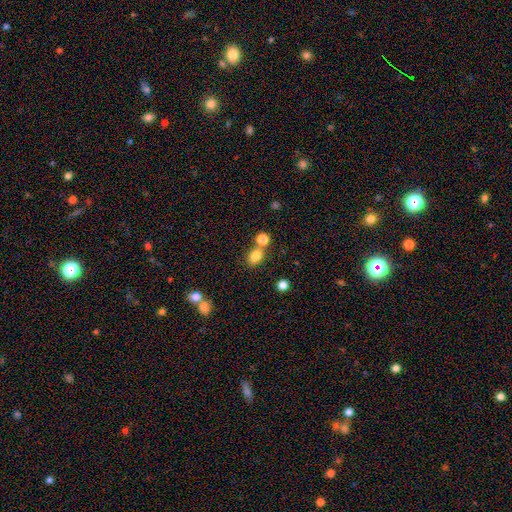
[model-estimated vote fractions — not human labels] A smooth galaxy with no disk features (81%) that is in between round and cigar-shaped (71%). Merging: none (56%).